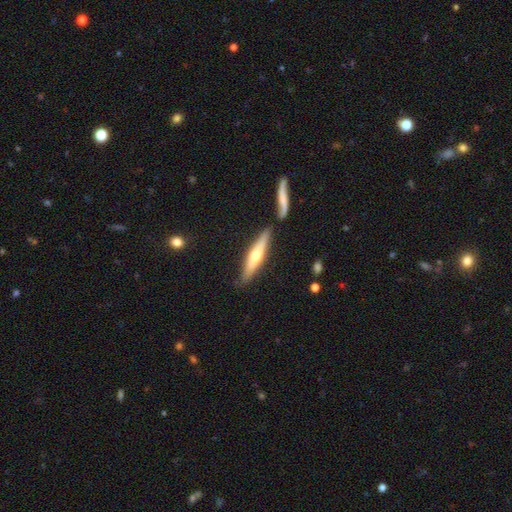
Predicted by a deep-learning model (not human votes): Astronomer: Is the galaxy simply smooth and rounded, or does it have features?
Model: featured or disk — 52% (runner-up: smooth, 42%).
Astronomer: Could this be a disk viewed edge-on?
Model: yes — 92%.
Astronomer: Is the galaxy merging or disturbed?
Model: none — 76%.